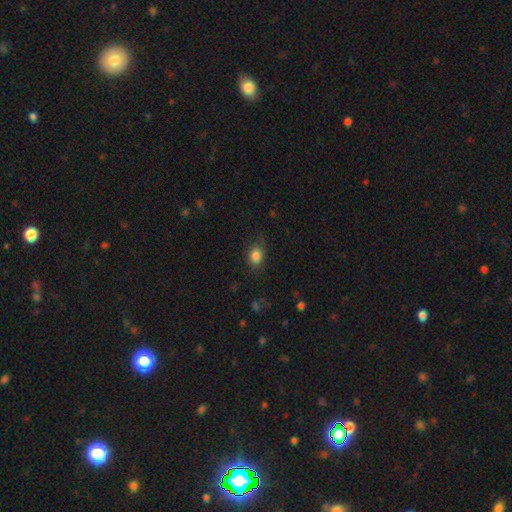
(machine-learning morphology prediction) smooth-or-featured: smooth: 84% | star or artifact: 10% | featured or disk: 6%
  how-rounded: in between: 60% | round: 39% | cigar-shaped: 1%
  merging: none: 70% | minor disturbance: 21% | major disturbance: 7% | merger: 1%